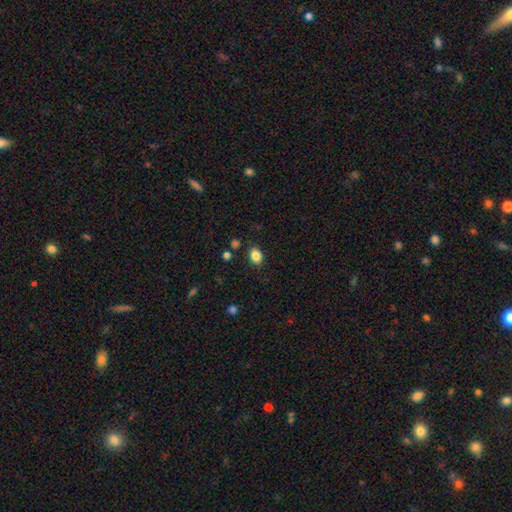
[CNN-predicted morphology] A smooth galaxy with no disk features (85%) that is in between round and cigar-shaped (73%). Merging: none (85%).